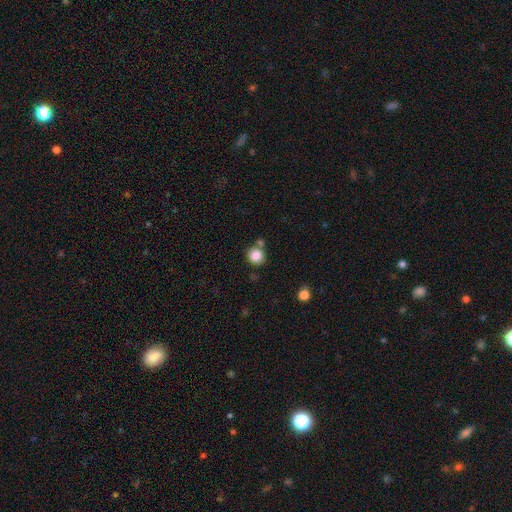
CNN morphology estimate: smooth_or_featured: smooth (p=0.85) [alt: star or artifact p=0.10]
how_rounded: round (p=0.88) [alt: in between p=0.11]
merging: none (p=0.69) [alt: merger p=0.16]